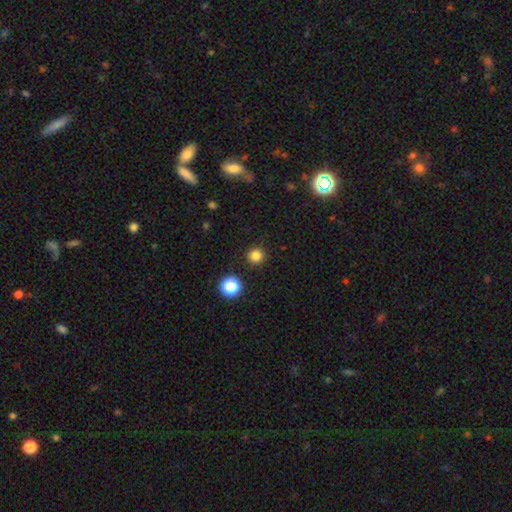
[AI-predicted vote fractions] smooth 82%, star or artifact 14%, featured or disk 4%. Down the decision tree: how rounded — round (95%); merging — none (91%).